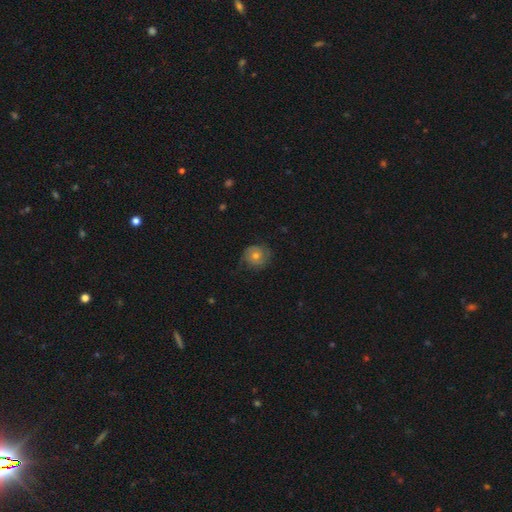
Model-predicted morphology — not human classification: type=smooth (46%); merging=none (70%).